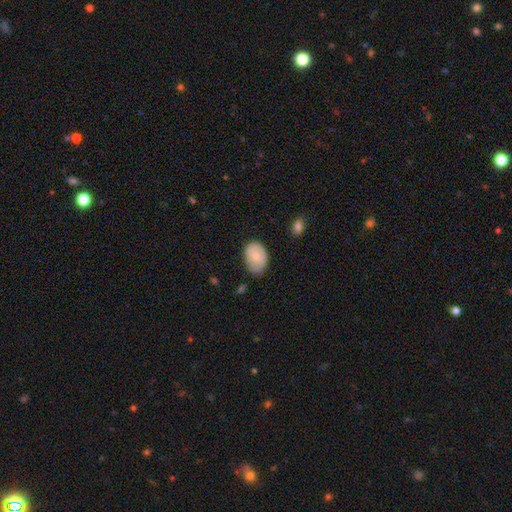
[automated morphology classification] type=smooth (75%); roundness=in between (83%); merging=none (68%).